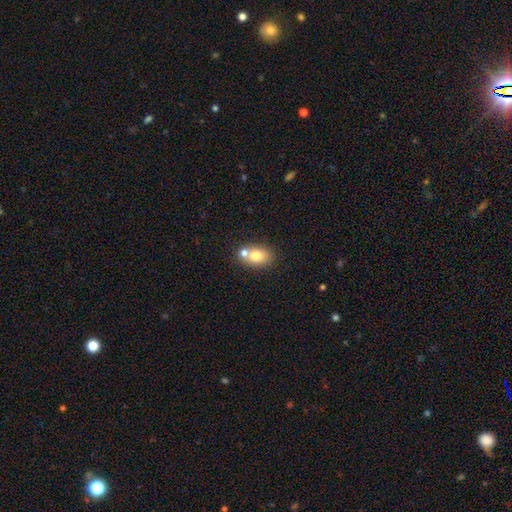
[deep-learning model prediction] Smooth or featured: smooth — 75% (featured or disk — 16%)
How rounded: in between — 73% (round — 25%)
Merging: none — 51% (merger — 35%)